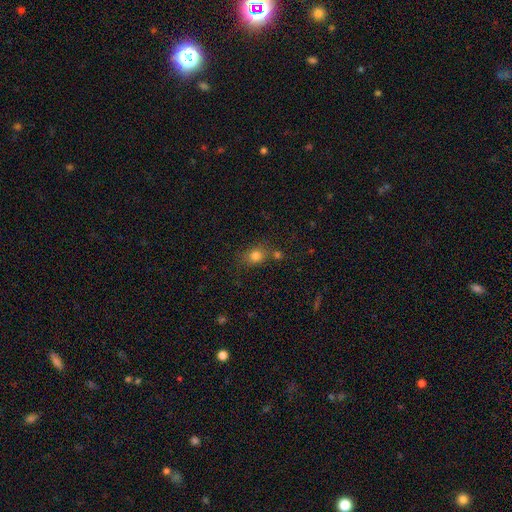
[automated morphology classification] type=smooth (78%); roundness=round (53%); merging=none (65%).